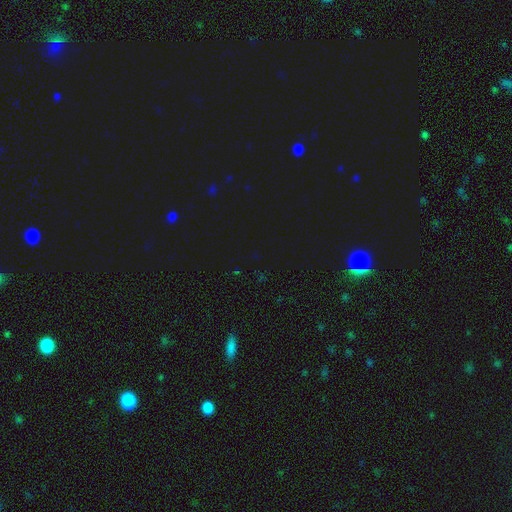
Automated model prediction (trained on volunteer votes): smooth-or-featured: star or artifact: 77% | smooth: 16% | featured or disk: 7%